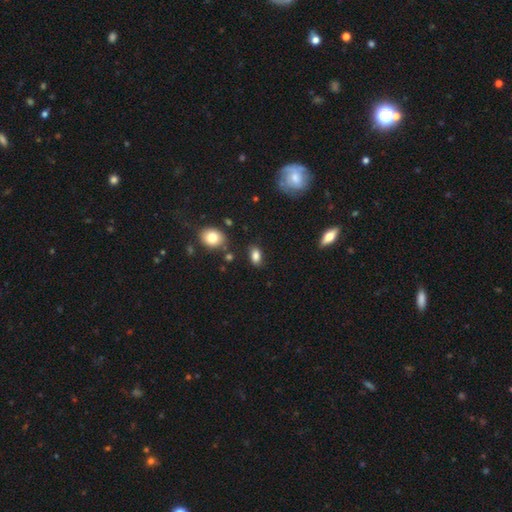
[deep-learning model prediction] Overall: smooth (84%). How rounded: in between (87%). Merging: none (80%).